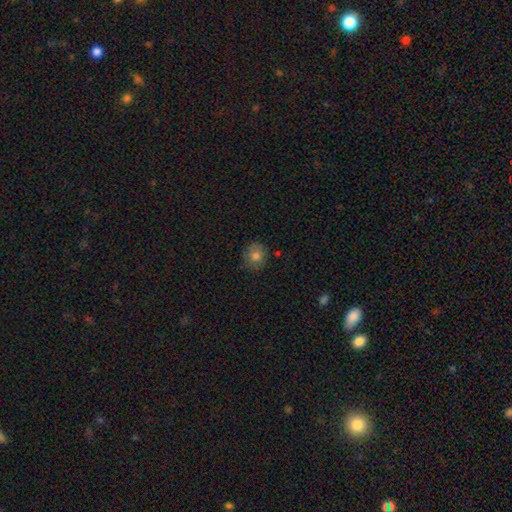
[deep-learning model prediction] smooth_or_featured: smooth (p=0.80) [alt: star or artifact p=0.10]
how_rounded: round (p=0.80) [alt: in between p=0.19]
merging: none (p=0.77) [alt: minor disturbance p=0.18]